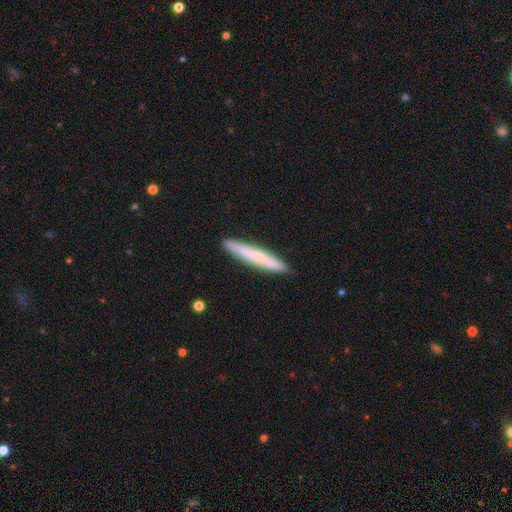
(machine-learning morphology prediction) This is possibly a smooth galaxy (59%). How rounded: clearly cigar-shaped (95%). Merging: clearly none (90%).